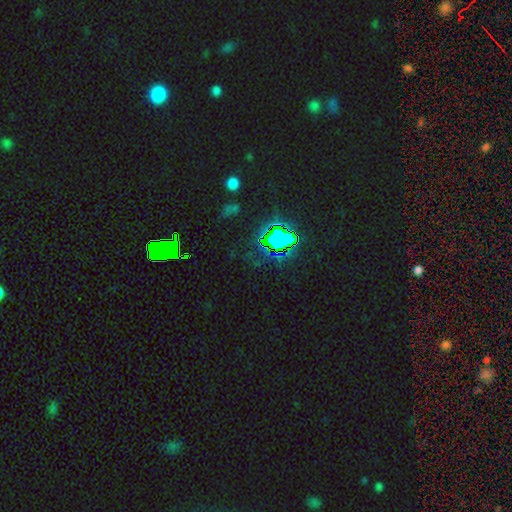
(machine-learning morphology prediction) Smooth or featured? Predicted: star or artifact (p=0.82).